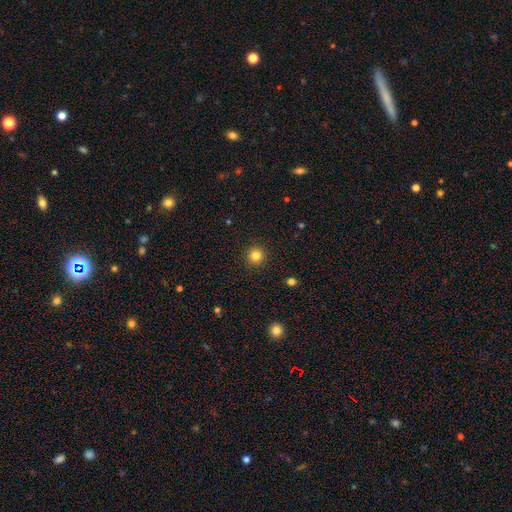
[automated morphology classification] Smooth or featured? Predicted: smooth (p=0.83). How rounded? Predicted: round (p=0.95). Merging? Predicted: none (p=0.92).